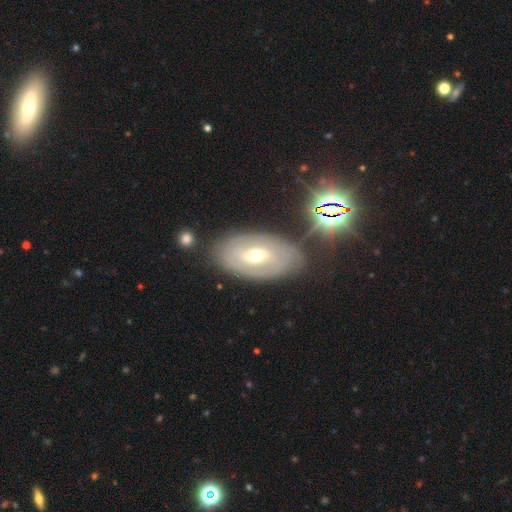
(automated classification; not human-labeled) This is likely a featured or disk galaxy (70%). It is clearly not viewed edge-on (92%). Bar: marginally weak (42%). Spiral arm pattern: likely yes (70%). Central bulge: possibly moderate (56%). Merging: likely none (74%).